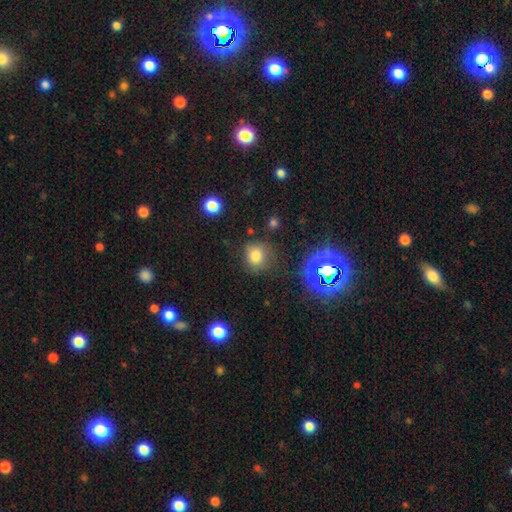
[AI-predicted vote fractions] This appears to be a smooth galaxy with no disk features (76%) that is round (83%). Merging: none (77%).